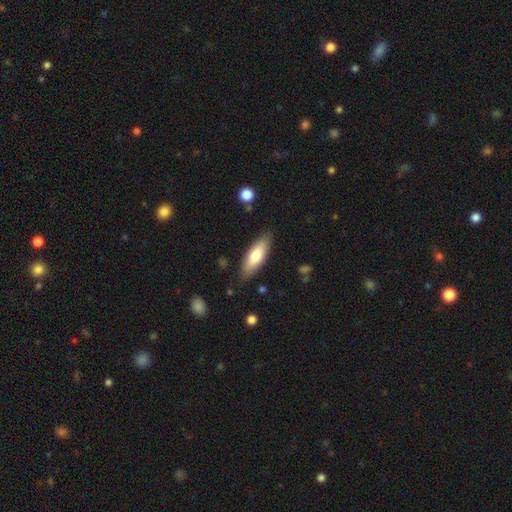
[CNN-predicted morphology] smooth 71%, featured or disk 24%, star or artifact 5%. Down the decision tree: how rounded — in between (57%); merging — none (84%).